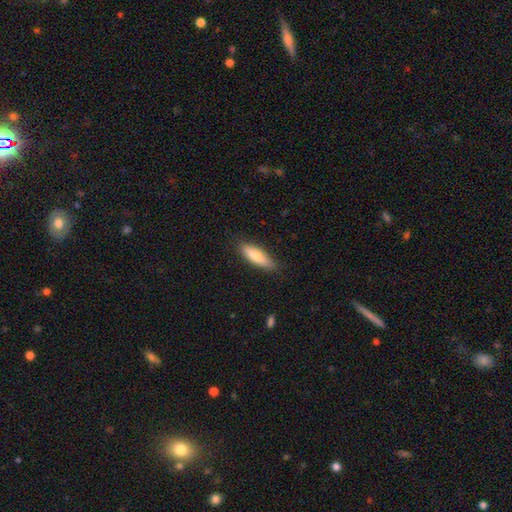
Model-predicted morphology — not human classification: smooth_or_featured: smooth (p=0.79) [alt: featured or disk p=0.15]
how_rounded: cigar-shaped (p=0.56) [alt: in between p=0.42]
merging: none (p=0.81) [alt: minor disturbance p=0.15]